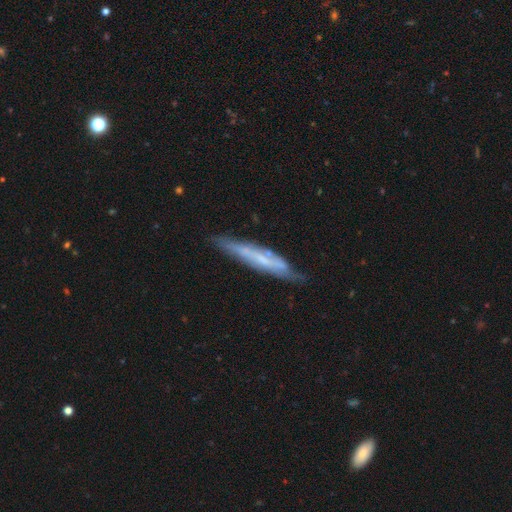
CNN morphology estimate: Smooth or featured? featured or disk (59%)
Edge-on disk? yes (75%)
Merging? none (74%)